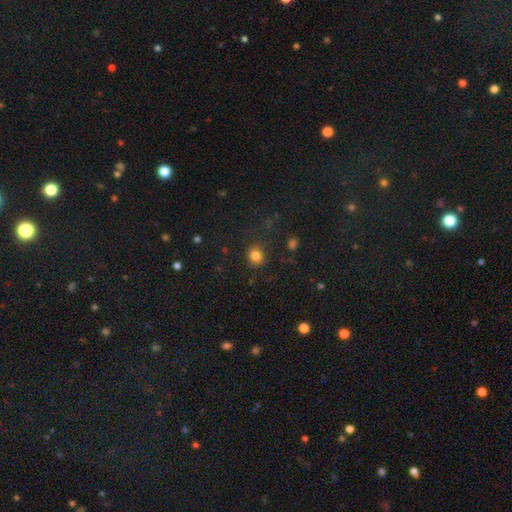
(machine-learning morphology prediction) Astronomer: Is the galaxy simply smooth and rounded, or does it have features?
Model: smooth — 83%.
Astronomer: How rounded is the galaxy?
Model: round — 77%.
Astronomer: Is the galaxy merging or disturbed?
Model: none — 83%.